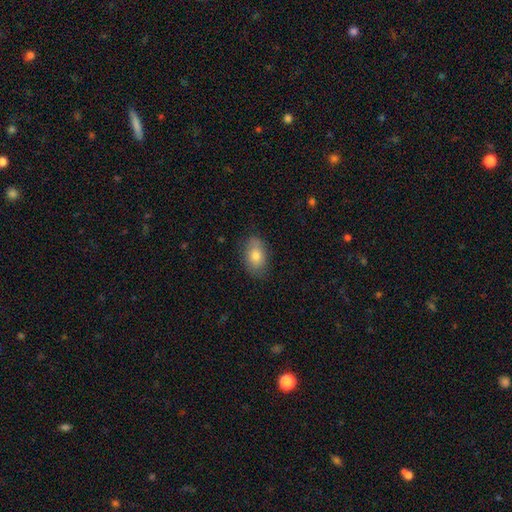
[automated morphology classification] A smooth galaxy with no disk features (76%) that is in between round and cigar-shaped (90%).

Vote fractions:
- Smooth or featured? smooth: 76% / featured or disk: 17% / star or artifact: 8%
- How rounded? in between: 90% / round: 9% / cigar-shaped: 2%
- Merging? none: 81% / minor disturbance: 15% / major disturbance: 3% / merger: 1%